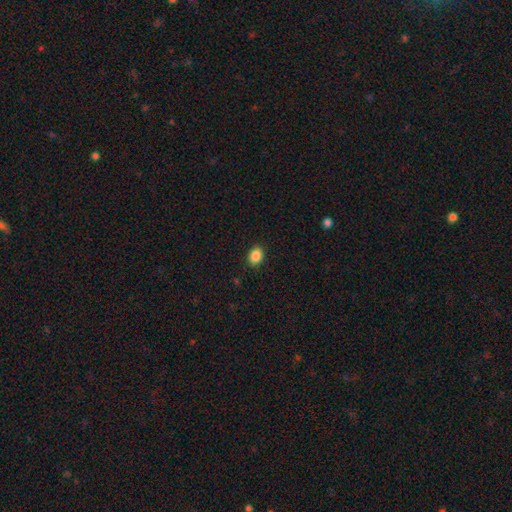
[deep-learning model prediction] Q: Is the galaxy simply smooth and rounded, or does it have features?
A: smooth — 88%.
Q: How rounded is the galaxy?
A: in between — 64%.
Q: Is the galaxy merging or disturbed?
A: none — 89%.